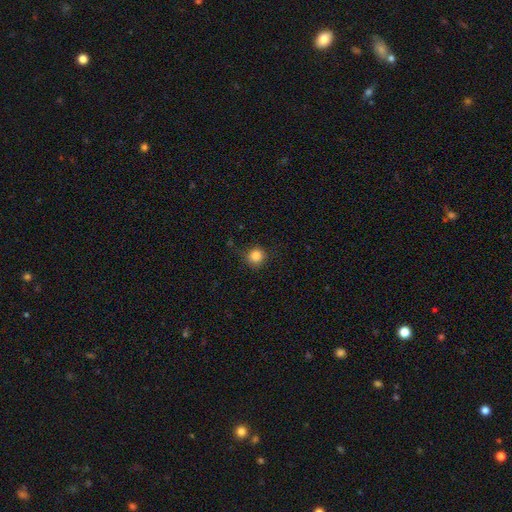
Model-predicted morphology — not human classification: A smooth galaxy with no disk features (84%) that is round (90%). Merging: none (81%).